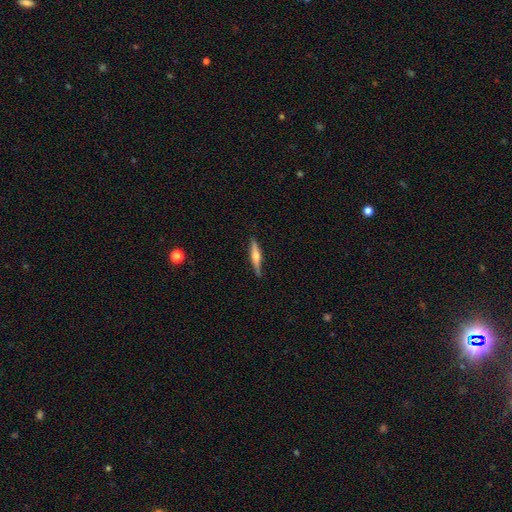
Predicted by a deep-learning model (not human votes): featured or disk 61%, smooth 33%, star or artifact 6%. Down the decision tree: edge-on disk — yes (96%); edge-on bulge — rounded (90%); merging — none (84%).